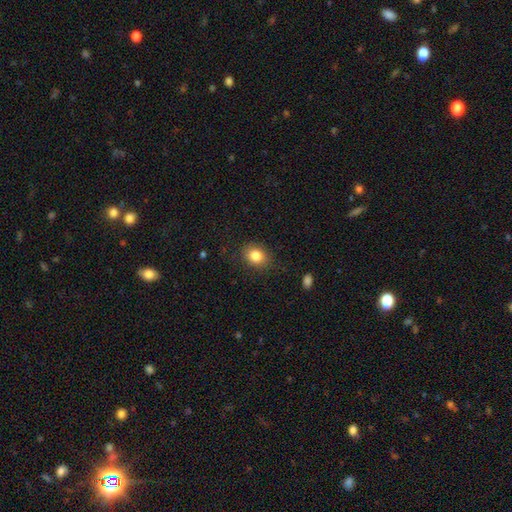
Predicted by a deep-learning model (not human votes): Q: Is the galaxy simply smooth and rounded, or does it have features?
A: smooth — 83%.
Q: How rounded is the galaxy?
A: in between — 55%.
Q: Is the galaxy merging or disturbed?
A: none — 83%.